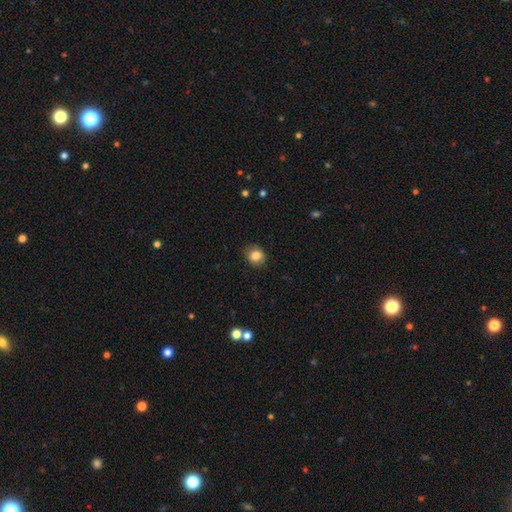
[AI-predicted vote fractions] smooth-or-featured: smooth: 82% | star or artifact: 10% | featured or disk: 8%
  how-rounded: round: 68% | in between: 31% | cigar-shaped: 1%
  merging: none: 84% | minor disturbance: 12% | major disturbance: 3% | merger: 1%